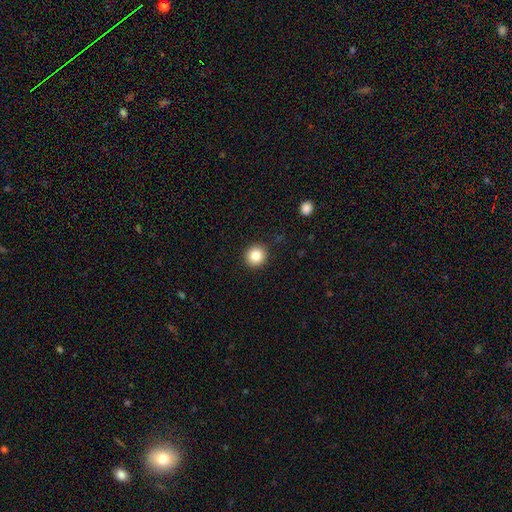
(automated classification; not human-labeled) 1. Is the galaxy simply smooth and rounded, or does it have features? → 85% smooth, 10% star or artifact, 6% featured or disk.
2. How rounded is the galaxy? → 92% round, 7% in between, 1% cigar-shaped.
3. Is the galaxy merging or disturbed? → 92% none, 6% minor disturbance, 2% major disturbance, 1% merger.